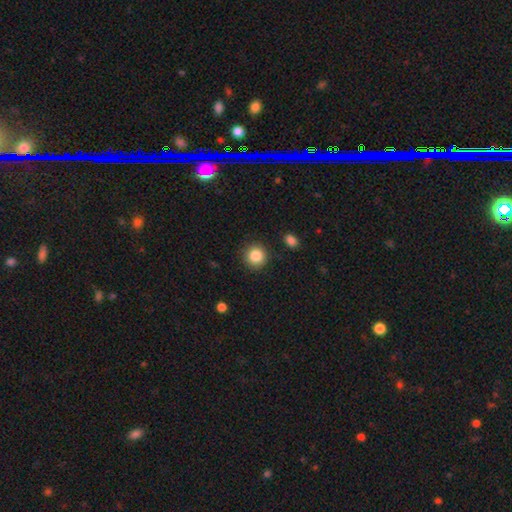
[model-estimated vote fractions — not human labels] Smooth or featured? Predicted: smooth (p=0.85). How rounded? Predicted: round (p=0.92). Merging? Predicted: none (p=0.90).